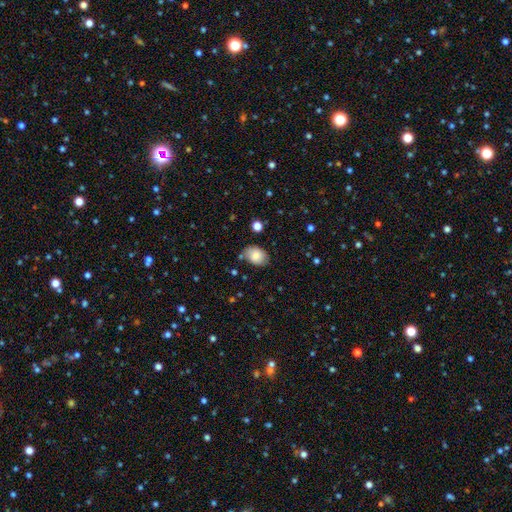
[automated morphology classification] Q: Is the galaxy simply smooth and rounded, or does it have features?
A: smooth — 81%.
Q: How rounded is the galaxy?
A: in between — 74%.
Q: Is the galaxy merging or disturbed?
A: none — 73%.